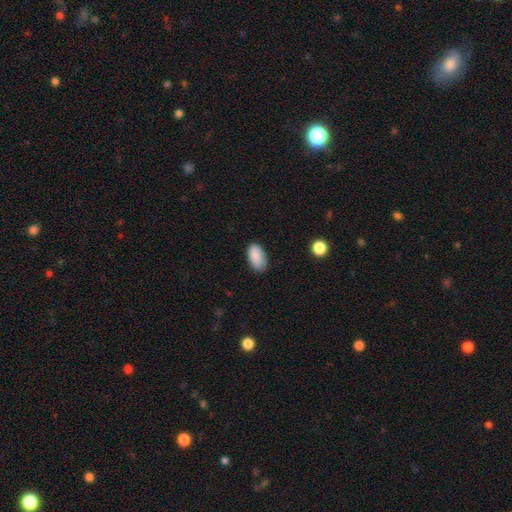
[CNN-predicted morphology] Smooth or featured: smooth — 88% (star or artifact — 7%)
How rounded: in between — 94% (round — 4%)
Merging: none — 78% (minor disturbance — 18%)